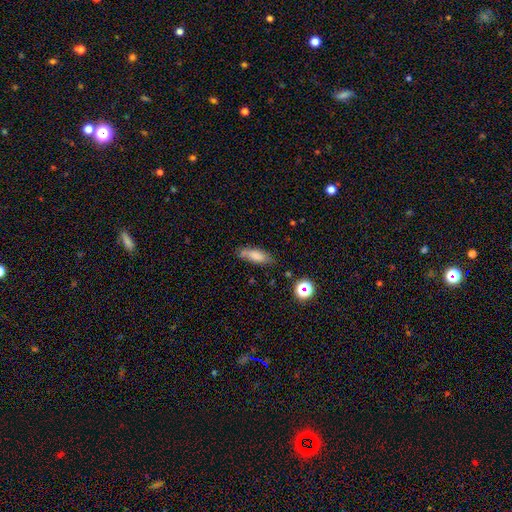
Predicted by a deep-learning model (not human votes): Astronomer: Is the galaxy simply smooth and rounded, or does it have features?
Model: smooth — 75%.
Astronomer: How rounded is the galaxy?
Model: in between — 67%.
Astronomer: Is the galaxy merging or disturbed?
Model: none — 63%.